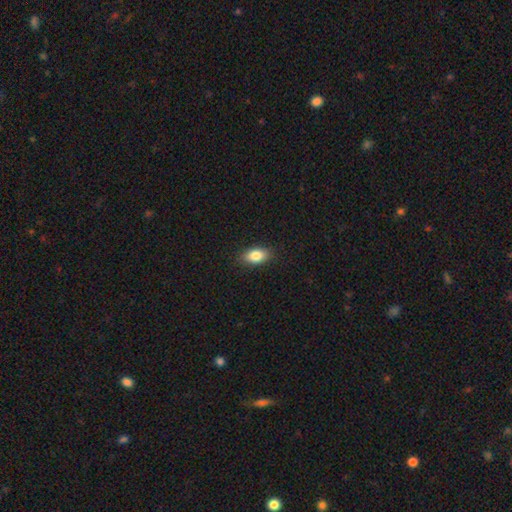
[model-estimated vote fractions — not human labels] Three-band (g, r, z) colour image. It shows a smooth galaxy with no disk features (85%) that is in between round and cigar-shaped (89%). Merging: none (88%).